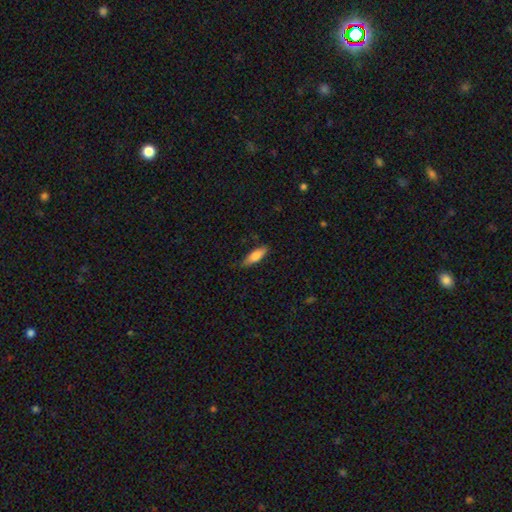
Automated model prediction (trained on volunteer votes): Smooth or featured? Predicted: smooth (p=0.76). How rounded? Predicted: cigar-shaped (p=0.53). Merging? Predicted: none (p=0.77).